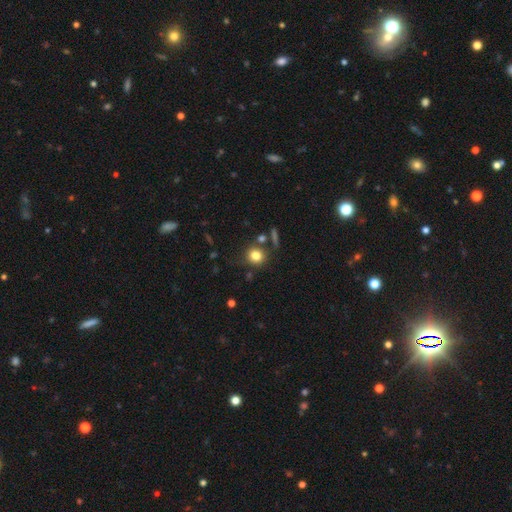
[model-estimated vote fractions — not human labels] This is likely a smooth galaxy (80%). How rounded: clearly round (86%). Merging: likely none (76%).